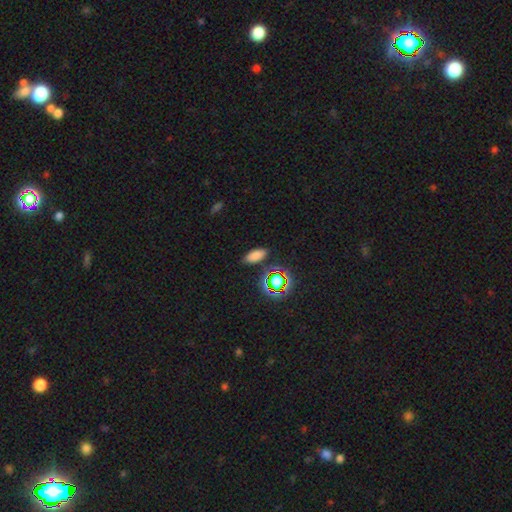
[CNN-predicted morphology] Q: Smooth or featured?
A: smooth (75%); runner-up: star or artifact (19%)
Q: How rounded?
A: in between (83%); runner-up: cigar-shaped (12%)
Q: Merging?
A: none (83%); runner-up: minor disturbance (11%)